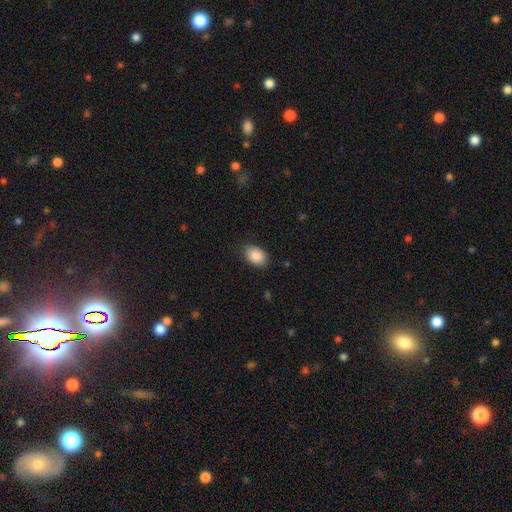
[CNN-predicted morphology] Smooth or featured? Predicted: smooth (p=0.88). How rounded? Predicted: in between (p=0.86). Merging? Predicted: none (p=0.84).